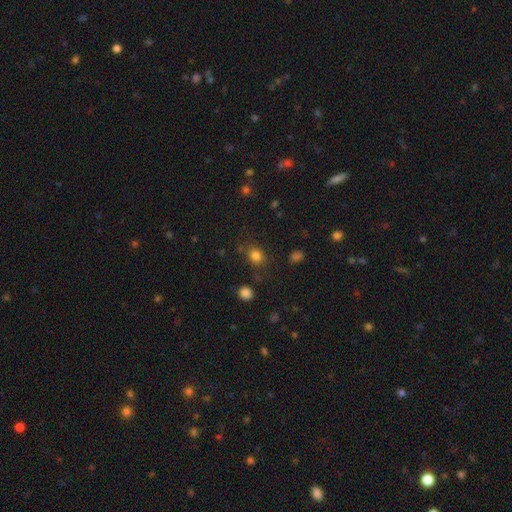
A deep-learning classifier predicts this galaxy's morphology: type=smooth (81%); roundness=round (68%); merging=none (77%).